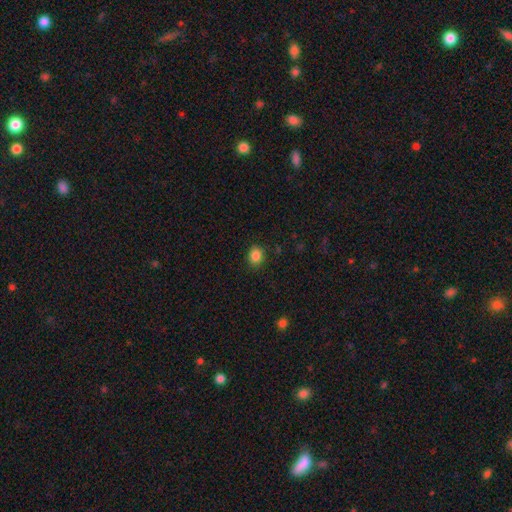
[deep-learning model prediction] smooth 86%, star or artifact 10%, featured or disk 4%. Down the decision tree: how rounded — round (61%); merging — none (88%).